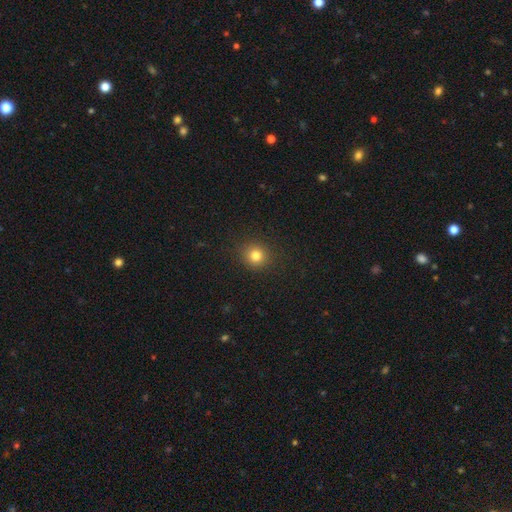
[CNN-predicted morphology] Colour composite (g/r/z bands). It shows a smooth galaxy with no disk features (80%) that is round (90%). Merging: none (91%).